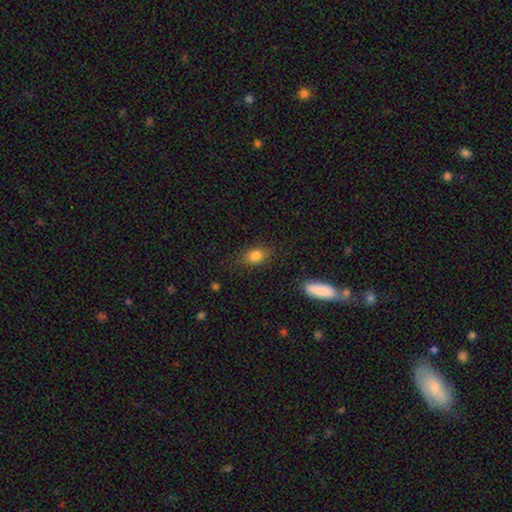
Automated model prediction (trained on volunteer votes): This is clearly a smooth galaxy (82%). How rounded: likely in between (74%). Merging: clearly none (81%).